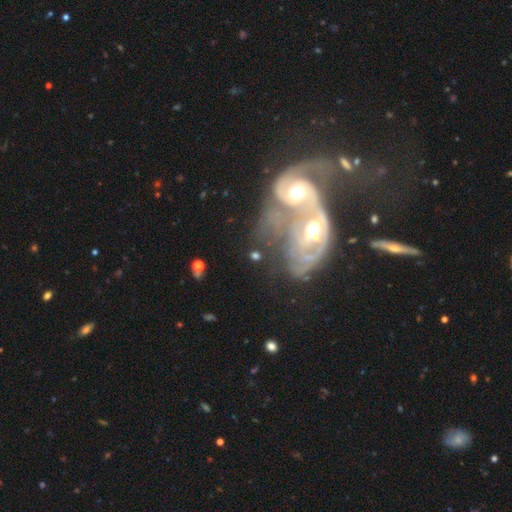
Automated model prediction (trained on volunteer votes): smooth_or_featured: featured or disk (p=0.56) [alt: smooth p=0.33]
disk_edge_on: no (p=0.94) [alt: yes p=0.06]
bar: no (p=0.47) [alt: weak p=0.33]
has_spiral_arms: yes (p=0.76) [alt: no p=0.24]
bulge_size: moderate (p=0.58) [alt: small p=0.23]
merging: merger (p=0.41) [alt: none p=0.36]